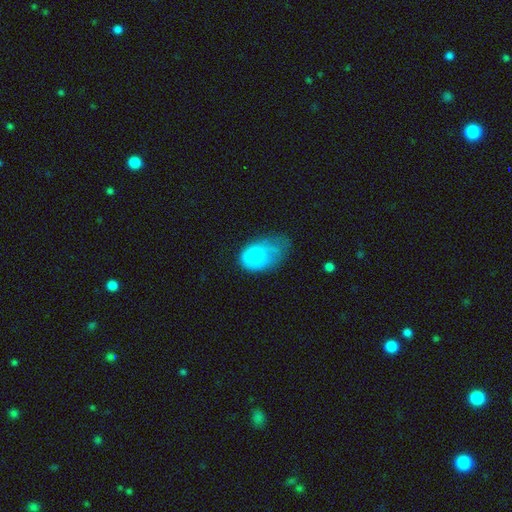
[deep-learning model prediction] Smooth or featured: smooth — 73% (featured or disk — 19%)
How rounded: in between — 87% (round — 12%)
Merging: major disturbance — 39% (minor disturbance — 37%)